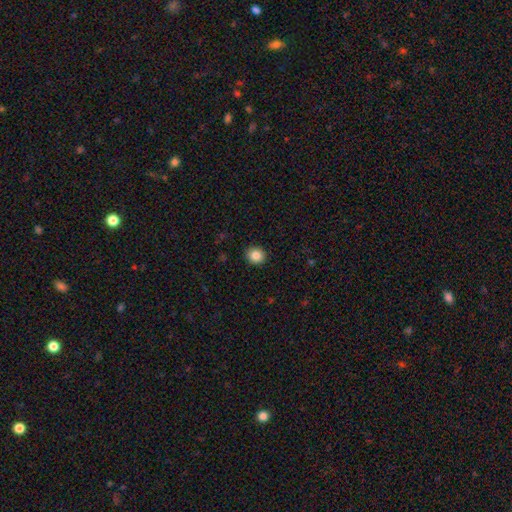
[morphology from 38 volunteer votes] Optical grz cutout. It shows a smooth galaxy with no disk features (87%) that is round (76%). Merging: none (89%).